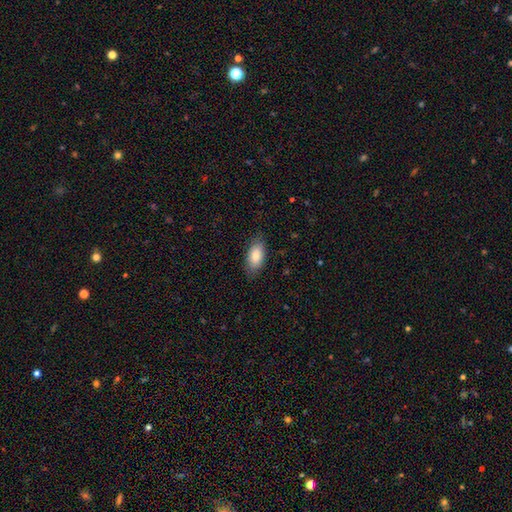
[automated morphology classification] smooth-or-featured: smooth: 84% | featured or disk: 10% | star or artifact: 6%
  how-rounded: in between: 91% | cigar-shaped: 6% | round: 3%
  merging: none: 83% | minor disturbance: 13% | major disturbance: 3% | merger: 1%